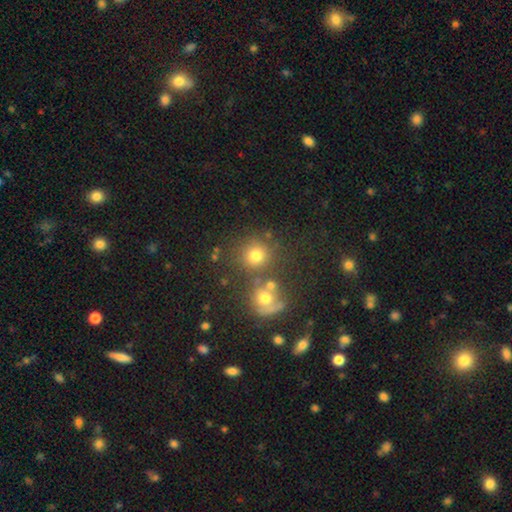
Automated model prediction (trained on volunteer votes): Morphology: type=smooth (74%); roundness=round (88%); merging=none (66%).